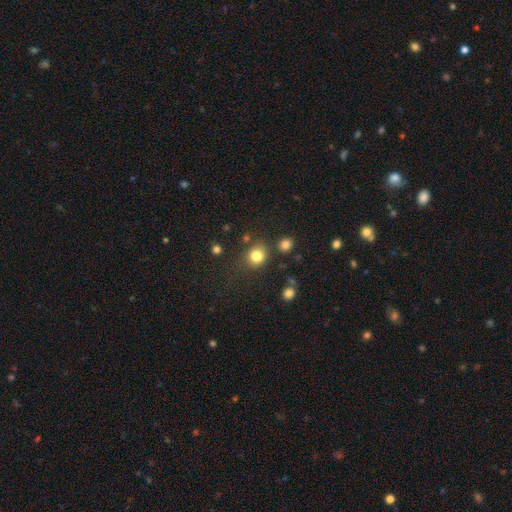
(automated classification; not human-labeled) smooth_or_featured: smooth (p=0.81) [alt: star or artifact p=0.13]
how_rounded: round (p=0.76) [alt: in between p=0.23]
merging: none (p=0.75) [alt: minor disturbance p=0.13]